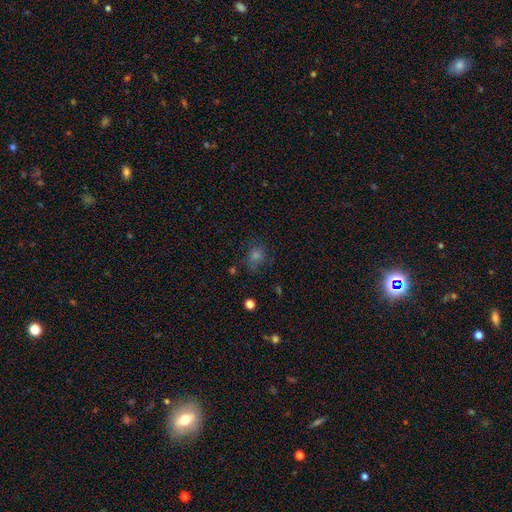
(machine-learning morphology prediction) The model was most divided on "smooth or featured": smooth: 45%, star or artifact: 33%, featured or disk: 22%. More confident: merging — none (71%).